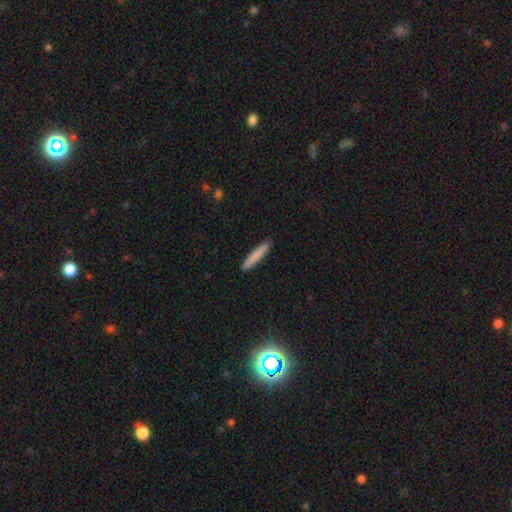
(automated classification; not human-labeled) Smooth or featured?
  - smooth: 82% *
  - featured or disk: 12%
  - star or artifact: 6%
How rounded?
  - cigar-shaped: 95% *
  - in between: 4%
  - round: 1%
Merging?
  - none: 91% *
  - minor disturbance: 6%
  - major disturbance: 1%
  - merger: 1%